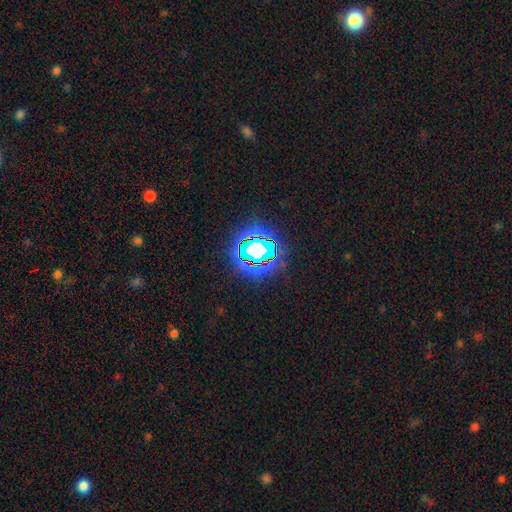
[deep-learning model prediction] A star or artifact, not a galaxy (78%).